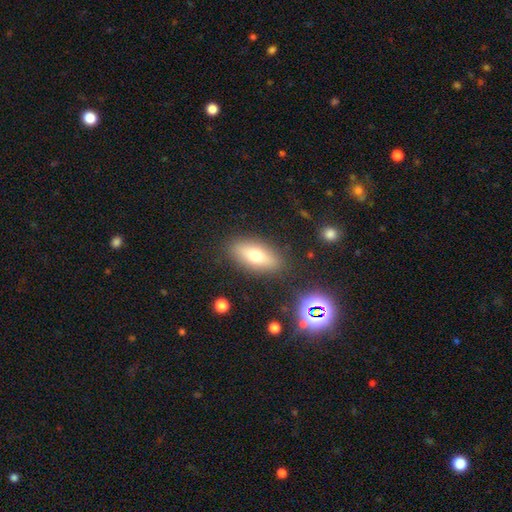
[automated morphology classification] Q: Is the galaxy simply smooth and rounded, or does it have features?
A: smooth — 62%.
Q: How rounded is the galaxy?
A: in between — 76%.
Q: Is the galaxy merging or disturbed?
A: none — 85%.